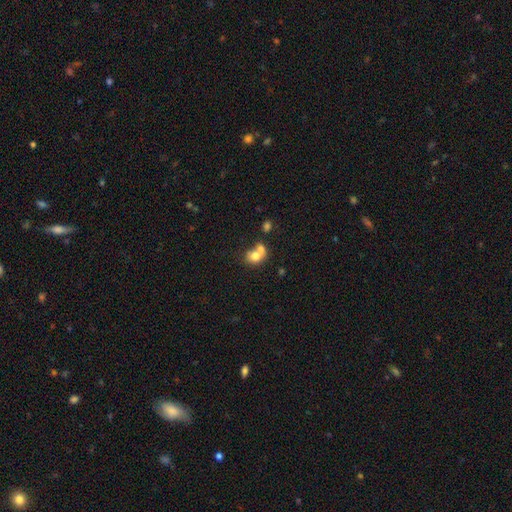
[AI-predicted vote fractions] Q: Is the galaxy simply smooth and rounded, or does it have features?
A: smooth — 74%.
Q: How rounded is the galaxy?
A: round — 56%.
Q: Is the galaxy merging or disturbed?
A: merger — 59%.